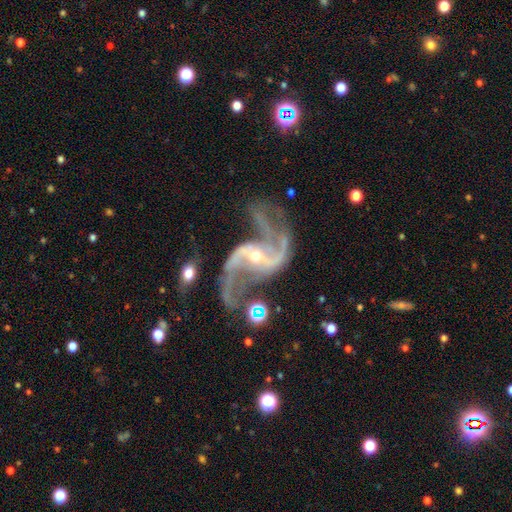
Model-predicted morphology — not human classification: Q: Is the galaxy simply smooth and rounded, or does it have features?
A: featured or disk — 92%.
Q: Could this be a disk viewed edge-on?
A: no — 97%.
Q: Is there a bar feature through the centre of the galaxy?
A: no — 38%.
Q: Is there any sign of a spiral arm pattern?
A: yes — 98%.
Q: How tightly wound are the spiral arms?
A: loose — 67%.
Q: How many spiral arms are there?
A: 2 — 87%.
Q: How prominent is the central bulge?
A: small — 68%.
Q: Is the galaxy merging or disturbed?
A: none — 54%.